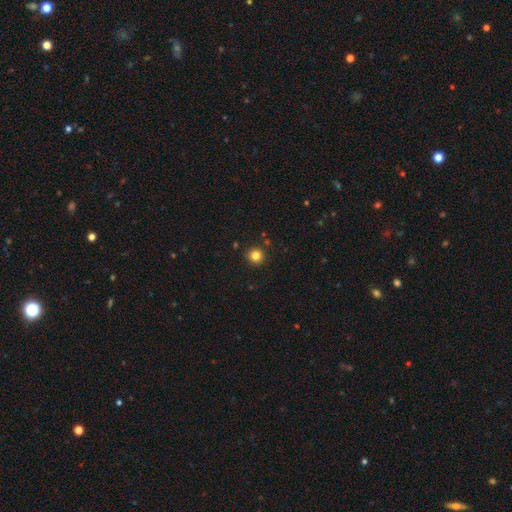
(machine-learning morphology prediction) Smooth or featured?
  - smooth: 82% *
  - star or artifact: 13%
  - featured or disk: 5%
How rounded?
  - round: 95% *
  - in between: 4%
  - cigar-shaped: 1%
Merging?
  - none: 92% *
  - minor disturbance: 5%
  - merger: 2%
  - major disturbance: 2%